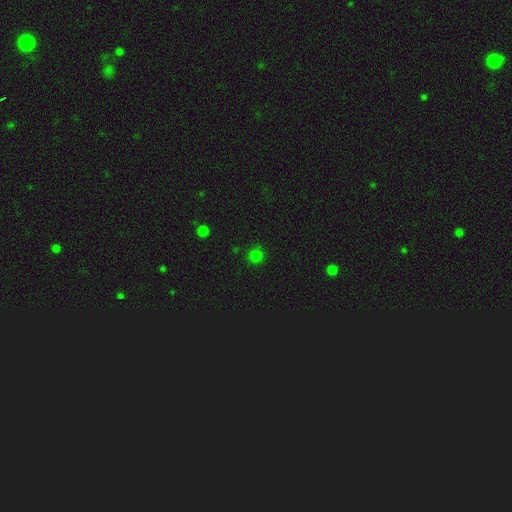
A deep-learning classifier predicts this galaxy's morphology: The model was most divided on "smooth or featured": smooth: 75%, star or artifact: 21%, featured or disk: 3%. More confident: how rounded — round (93%); merging — none (87%).